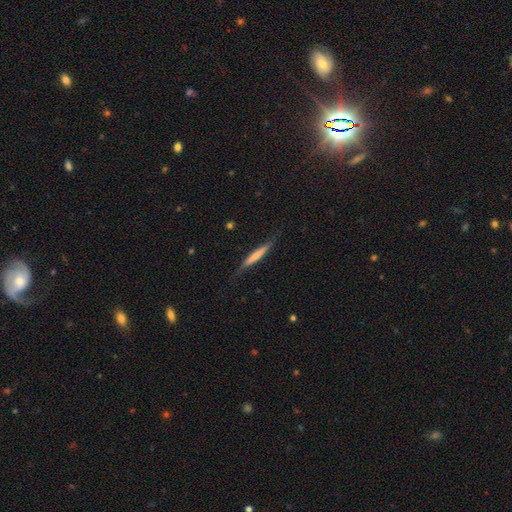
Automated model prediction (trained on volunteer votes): Morphology: type=smooth (54%); roundness=cigar-shaped (93%); merging=none (76%).